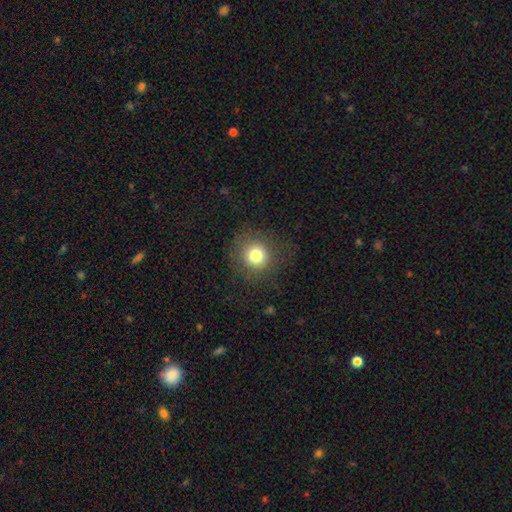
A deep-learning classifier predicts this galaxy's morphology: Smooth or featured? smooth (79%)
How rounded? round (91%)
Merging? none (86%)